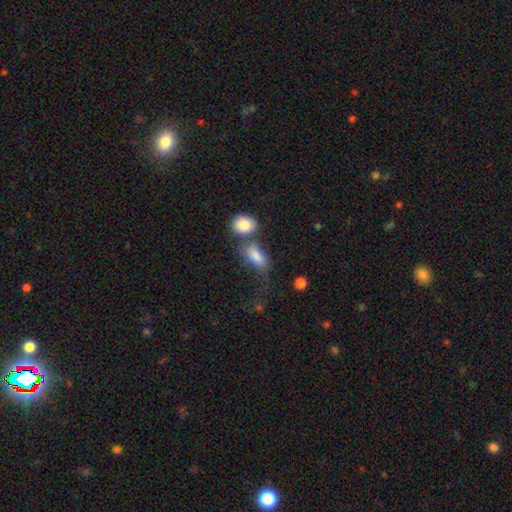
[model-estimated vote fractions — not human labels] This is clearly a smooth galaxy (81%). How rounded: clearly in between (84%). Merging: marginally merger (40%).